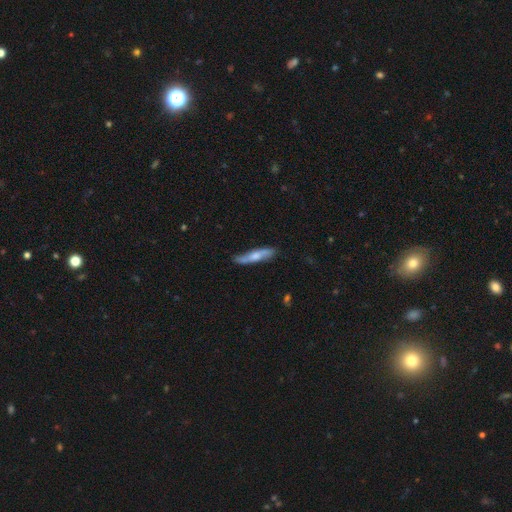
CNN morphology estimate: The model was most divided on "smooth or featured": smooth: 51%, featured or disk: 44%, star or artifact: 5%. More confident: how rounded — cigar-shaped (83%); merging — none (72%).